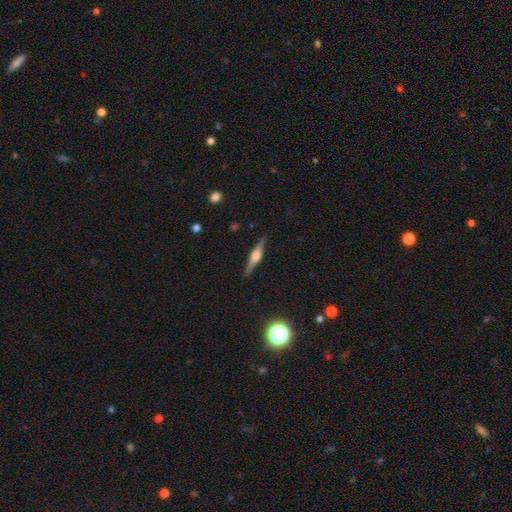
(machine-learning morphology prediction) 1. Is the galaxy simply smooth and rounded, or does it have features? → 71% featured or disk, 23% smooth, 7% star or artifact.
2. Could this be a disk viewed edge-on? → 98% yes, 2% no.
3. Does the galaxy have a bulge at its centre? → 81% rounded, 15% boxy, 3% none.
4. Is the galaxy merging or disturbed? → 89% none, 8% minor disturbance, 2% major disturbance, 1% merger.